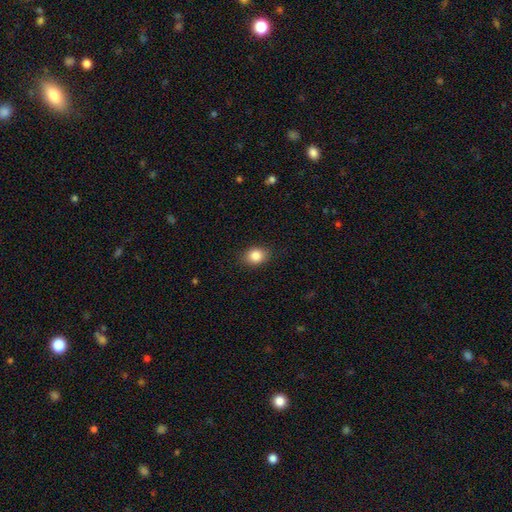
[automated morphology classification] Overall: smooth (85%). How rounded: in between (56%; round 43%). Merging: none (87%).